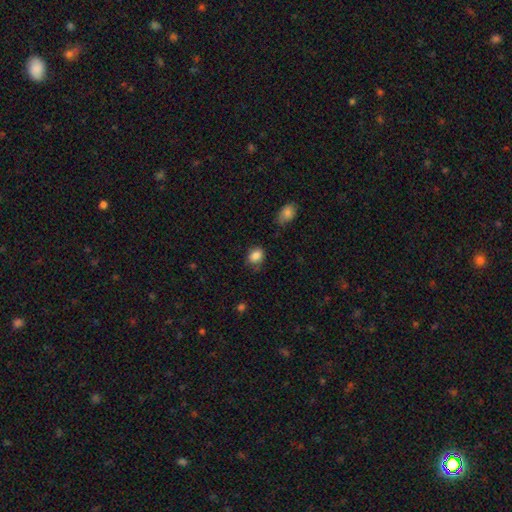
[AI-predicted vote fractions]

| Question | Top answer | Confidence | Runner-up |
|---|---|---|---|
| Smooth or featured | smooth | 86% | star or artifact (9%) |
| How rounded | in between | 58% | round (41%) |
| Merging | none | 69% | minor disturbance (23%) |